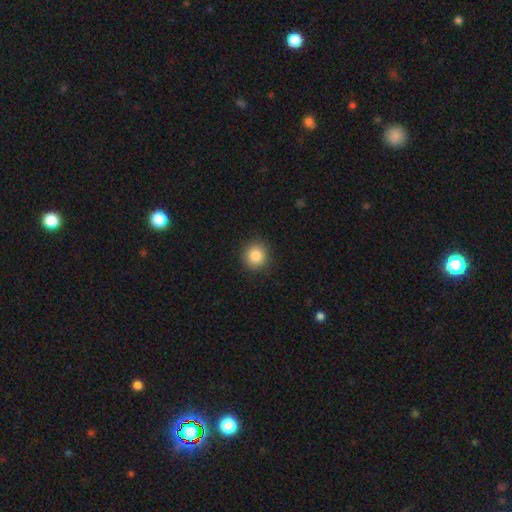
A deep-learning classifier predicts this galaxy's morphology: smooth 85%, star or artifact 10%, featured or disk 5%. Down the decision tree: how rounded — round (89%); merging — none (91%).